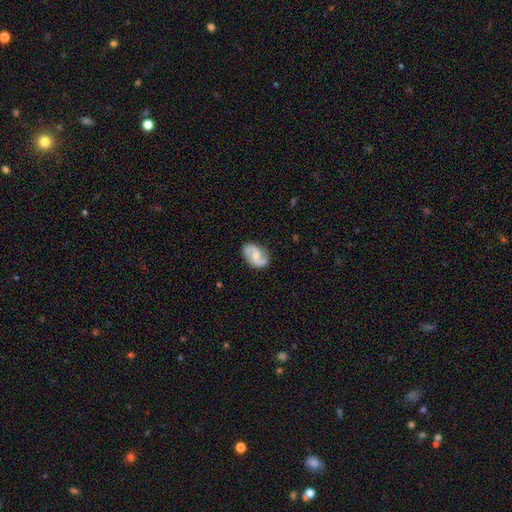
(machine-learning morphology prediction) This appears to be a featured or disk galaxy (71%) with no bar (50%), 2 (89%) medium (42%, tied with loose) spiral arms (92%) and a moderate central bulge (56%). Merging: none (79%).